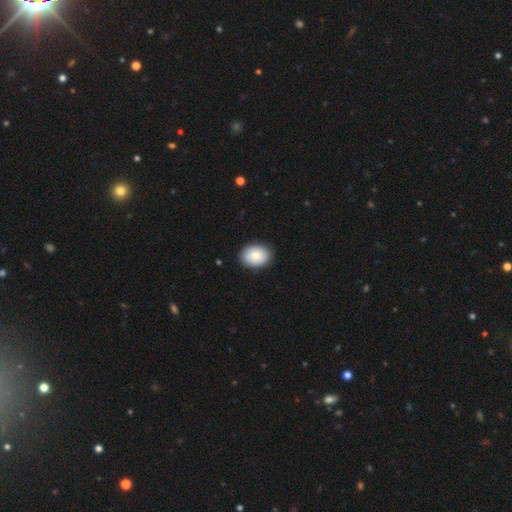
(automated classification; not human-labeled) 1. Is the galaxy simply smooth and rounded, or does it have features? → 80% smooth, 14% featured or disk, 6% star or artifact.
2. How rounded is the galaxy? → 70% in between, 29% round, 1% cigar-shaped.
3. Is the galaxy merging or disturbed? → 88% none, 9% minor disturbance, 2% major disturbance, 1% merger.